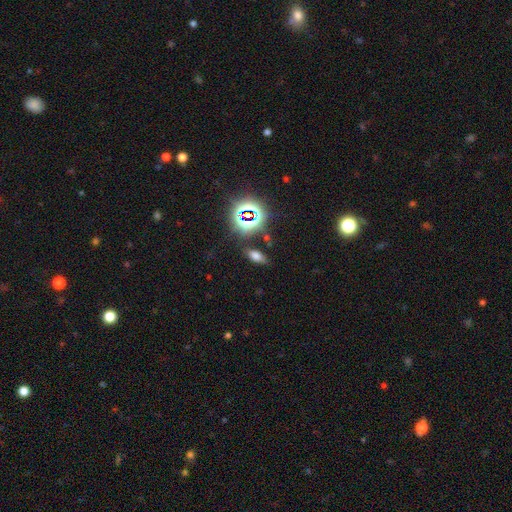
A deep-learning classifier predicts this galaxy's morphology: This is likely a smooth galaxy (62%). How rounded: clearly in between (81%). Merging: clearly none (81%).